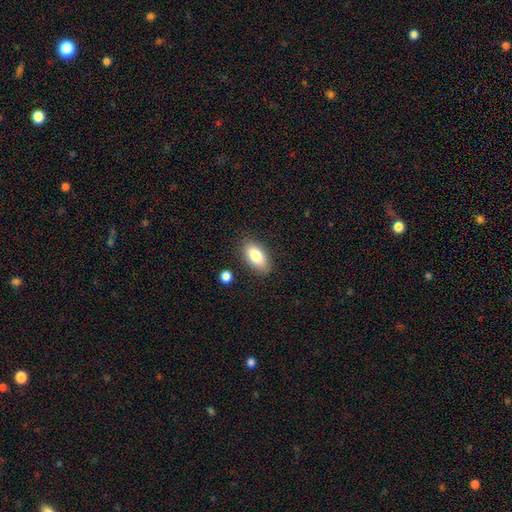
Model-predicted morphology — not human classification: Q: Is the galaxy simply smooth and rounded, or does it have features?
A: smooth — 82%.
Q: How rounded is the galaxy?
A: in between — 91%.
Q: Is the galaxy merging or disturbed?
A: none — 85%.